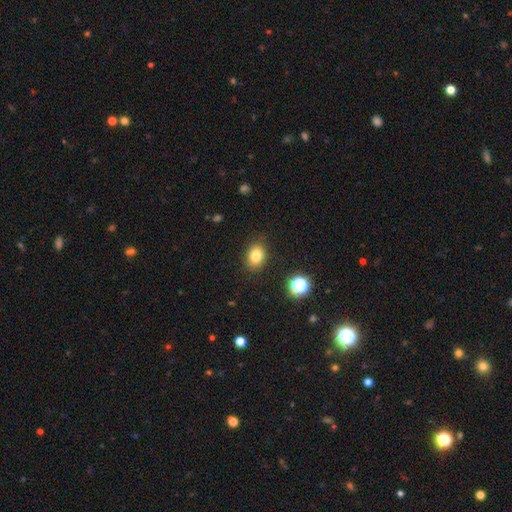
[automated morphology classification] A smooth galaxy with no disk features (80%) that is in between round and cigar-shaped (67%). Merging: none (85%).